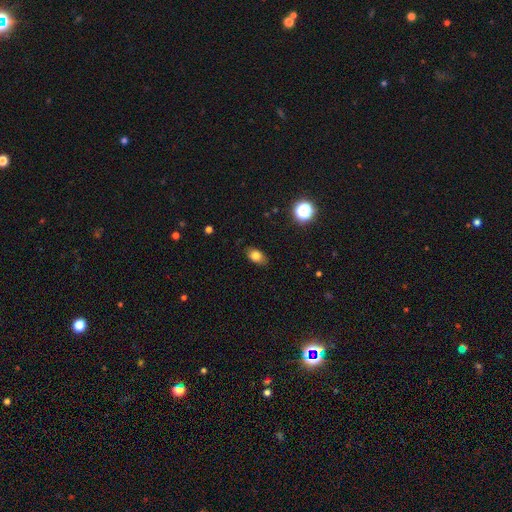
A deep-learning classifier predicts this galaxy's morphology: A smooth galaxy with no disk features (80%) that is in between round and cigar-shaped (82%).

Vote fractions:
- Smooth or featured? smooth: 80% / star or artifact: 11% / featured or disk: 8%
- How rounded? in between: 82% / round: 16% / cigar-shaped: 2%
- Merging? none: 81% / minor disturbance: 15% / major disturbance: 3% / merger: 1%